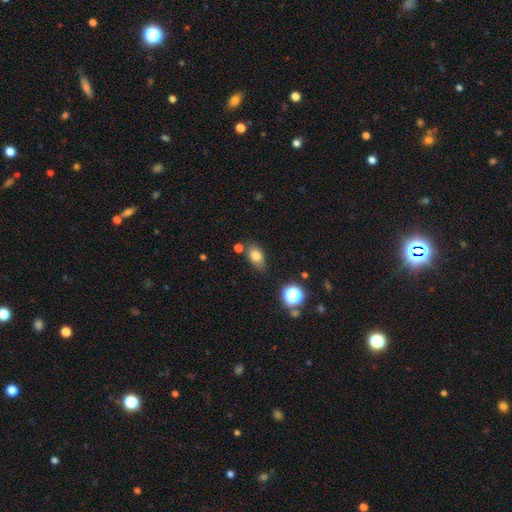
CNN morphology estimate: A smooth galaxy with no disk features (78%) that is in between round and cigar-shaped (79%).

Vote fractions:
- Smooth or featured? smooth: 78% / star or artifact: 12% / featured or disk: 10%
- How rounded? in between: 79% / round: 18% / cigar-shaped: 3%
- Merging? none: 70% / minor disturbance: 18% / merger: 8% / major disturbance: 4%